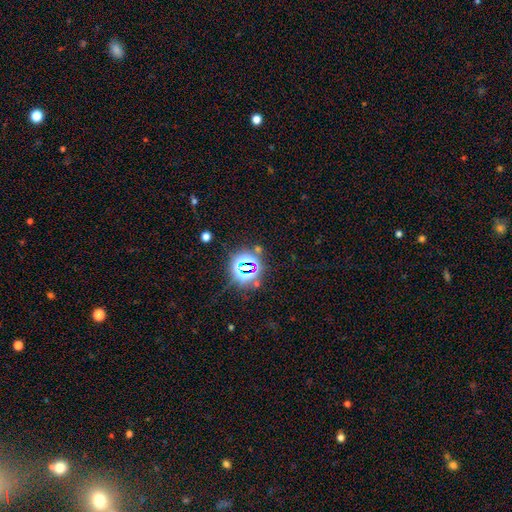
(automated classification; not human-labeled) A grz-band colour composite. It shows a star or artifact, not a galaxy (77%).